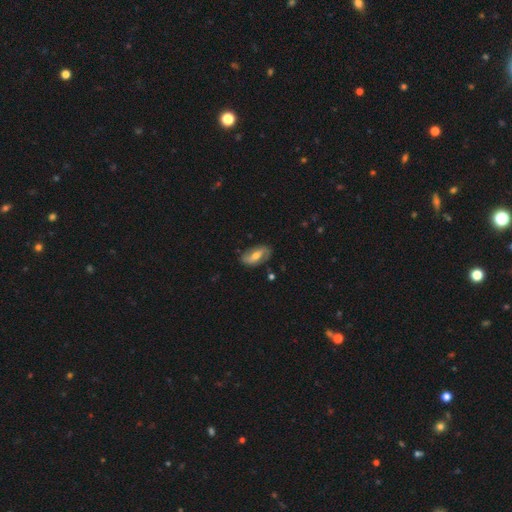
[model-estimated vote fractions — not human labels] smooth-or-featured: featured or disk: 63% | smooth: 30% | star or artifact: 6%
  disk-edge-on: no: 92% | yes: 8%
    bar: weak: 38% | strong: 34% | no: 27%
    has-spiral-arms: yes: 80% | no: 20%
    bulge-size: moderate: 65% | small: 28% | large: 5% | none: 2% | dominant: 1%
  merging: none: 79% | minor disturbance: 15% | major disturbance: 4% | merger: 2%